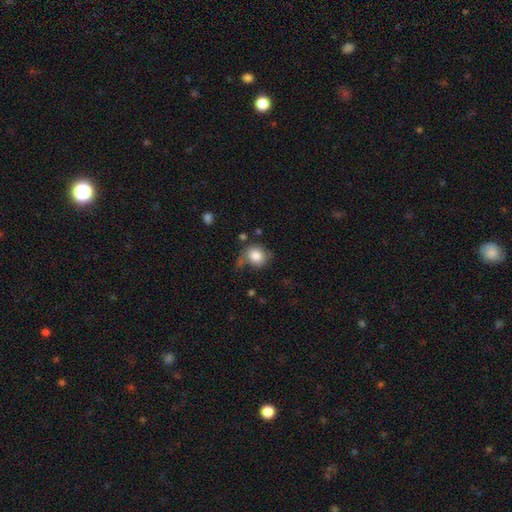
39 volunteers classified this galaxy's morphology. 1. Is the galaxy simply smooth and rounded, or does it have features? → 90% smooth, 5% featured or disk, 5% star or artifact.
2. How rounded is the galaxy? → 80% round, 20% in between, 0% cigar-shaped.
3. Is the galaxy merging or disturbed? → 59% none, 16% merger, 14% minor disturbance, 11% major disturbance.